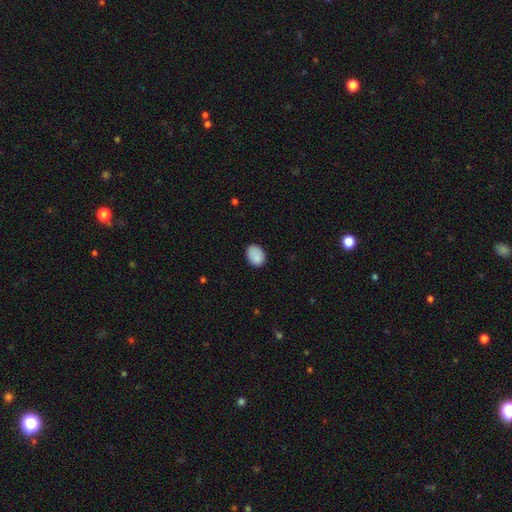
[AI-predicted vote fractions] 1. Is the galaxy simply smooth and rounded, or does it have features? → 88% smooth, 8% star or artifact, 5% featured or disk.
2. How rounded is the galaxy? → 69% in between, 30% round, 1% cigar-shaped.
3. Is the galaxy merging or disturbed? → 80% none, 16% minor disturbance, 3% major disturbance, 1% merger.